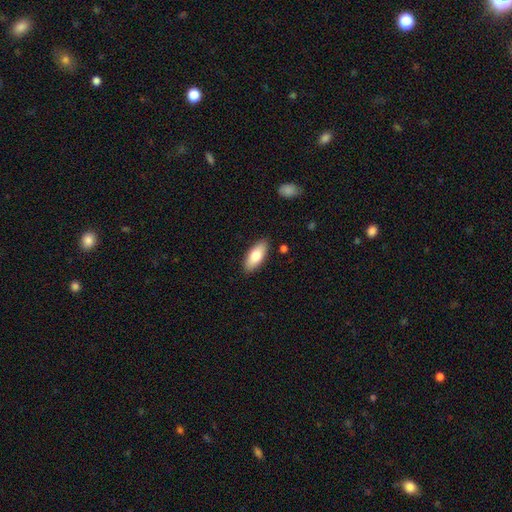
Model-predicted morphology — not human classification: type=smooth (78%); roundness=in between (82%); merging=none (88%).